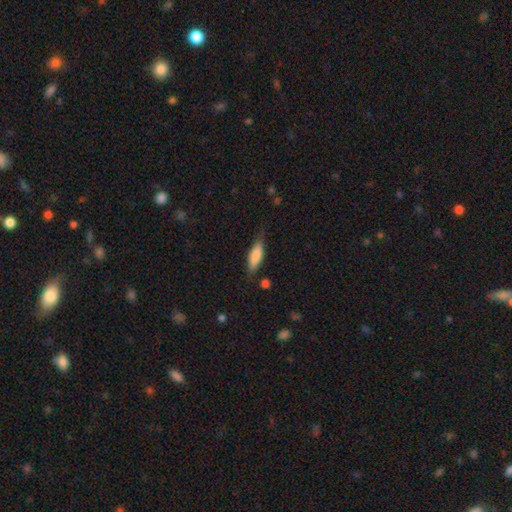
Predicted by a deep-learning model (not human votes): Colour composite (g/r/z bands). It shows a smooth galaxy with no disk features (77%) that is in between round and cigar-shaped (52%). Merging: none (71%).